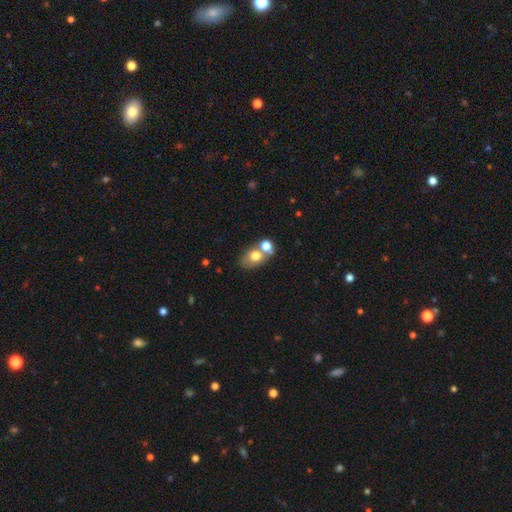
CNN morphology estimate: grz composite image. It shows a smooth galaxy with no disk features (71%) that is in between round and cigar-shaped (64%). Merging: merger (43%).